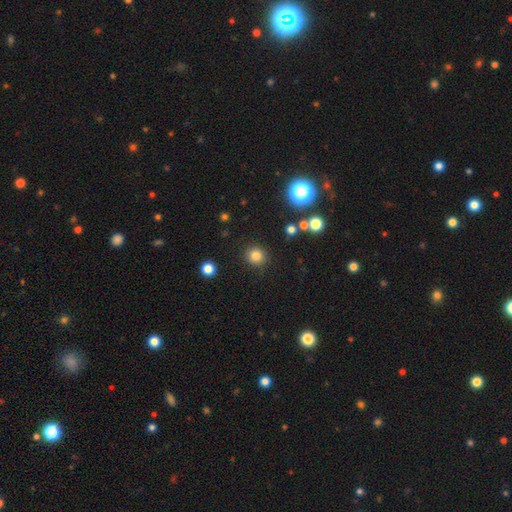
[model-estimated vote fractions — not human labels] smooth_or_featured: smooth (p=0.81) [alt: star or artifact p=0.14]
how_rounded: round (p=0.92) [alt: in between p=0.07]
merging: none (p=0.90) [alt: minor disturbance p=0.06]